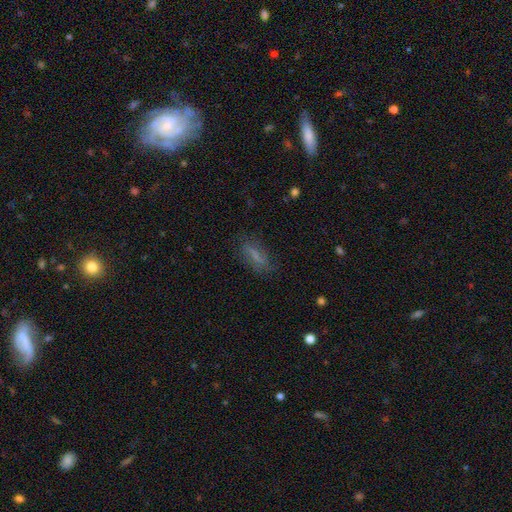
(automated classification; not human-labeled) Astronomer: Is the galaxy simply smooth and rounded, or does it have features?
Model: smooth — 59%.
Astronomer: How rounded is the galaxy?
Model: in between — 55% (runner-up: cigar-shaped, 41%).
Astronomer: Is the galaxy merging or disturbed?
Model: none — 73%.